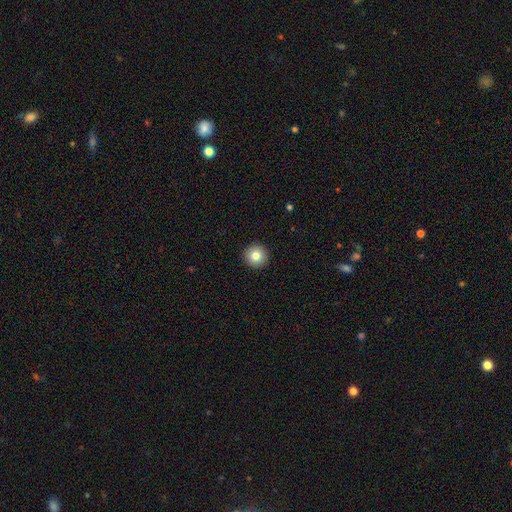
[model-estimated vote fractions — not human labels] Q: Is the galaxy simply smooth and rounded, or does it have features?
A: smooth — 81%.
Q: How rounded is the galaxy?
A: round — 96%.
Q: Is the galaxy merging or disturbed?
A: none — 94%.